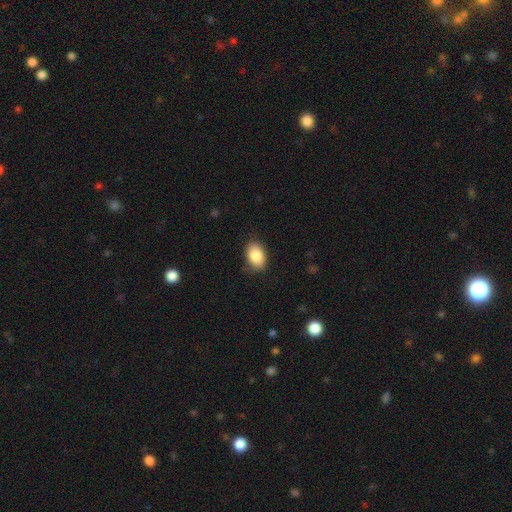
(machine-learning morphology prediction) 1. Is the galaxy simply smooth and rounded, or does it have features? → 86% smooth, 7% star or artifact, 7% featured or disk.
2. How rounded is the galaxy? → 87% in between, 12% round, 1% cigar-shaped.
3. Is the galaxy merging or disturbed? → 85% none, 11% minor disturbance, 2% major disturbance, 1% merger.